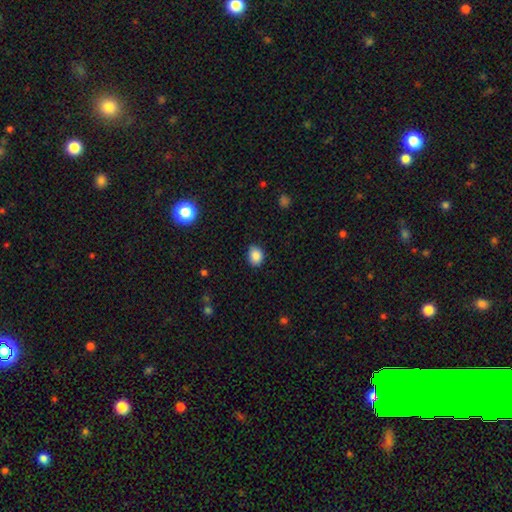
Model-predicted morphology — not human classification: Smooth or featured? Predicted: smooth (p=0.86). How rounded? Predicted: round (p=0.52). Merging? Predicted: none (p=0.81).